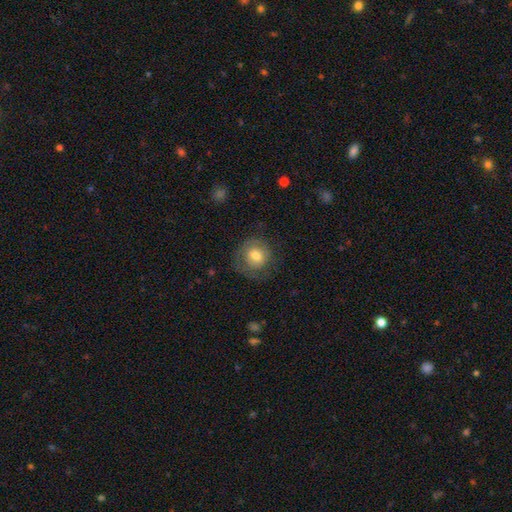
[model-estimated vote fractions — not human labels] Smooth or featured: smooth — 63% (featured or disk — 29%)
How rounded: round — 84% (in between — 15%)
Merging: none — 66% (minor disturbance — 19%)